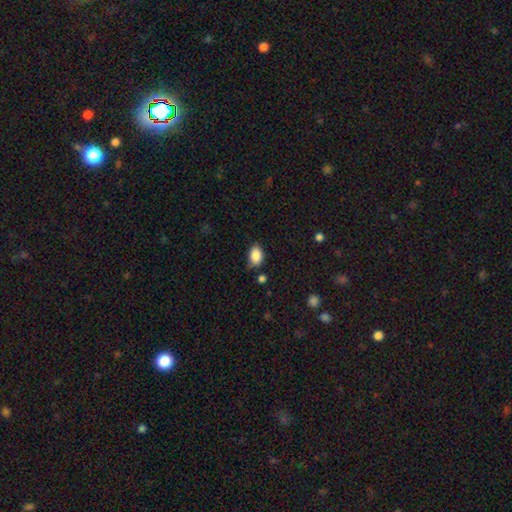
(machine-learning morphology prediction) This appears to be a smooth galaxy with no disk features (87%) that is in between round and cigar-shaped (83%). Merging: none (69%).